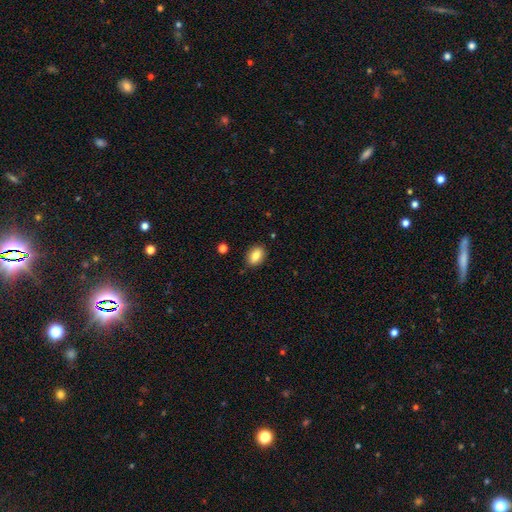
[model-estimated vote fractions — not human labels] The model was most divided on "how rounded": in between: 81%, round: 18%, cigar-shaped: 2%. More confident: merging — none (87%); smooth or featured — smooth (83%).